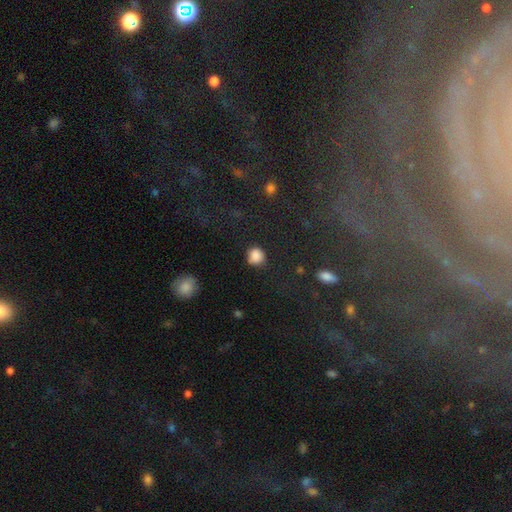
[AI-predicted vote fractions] Q: Smooth or featured?
A: smooth (86%); runner-up: star or artifact (10%)
Q: How rounded?
A: round (87%); runner-up: in between (12%)
Q: Merging?
A: none (80%); runner-up: minor disturbance (13%)